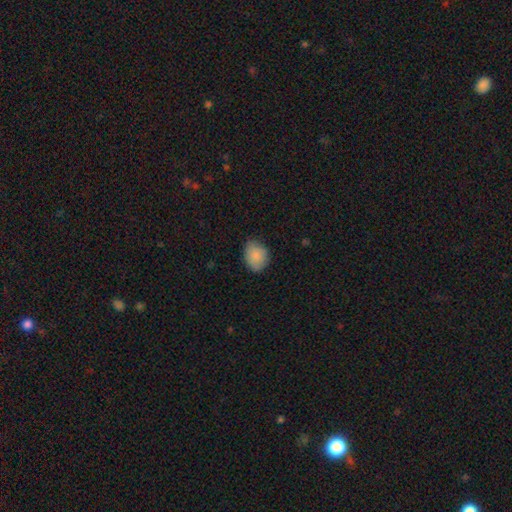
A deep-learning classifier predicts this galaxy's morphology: Overall: smooth (86%). How rounded: in between (54%; round 45%). Merging: none (71%).